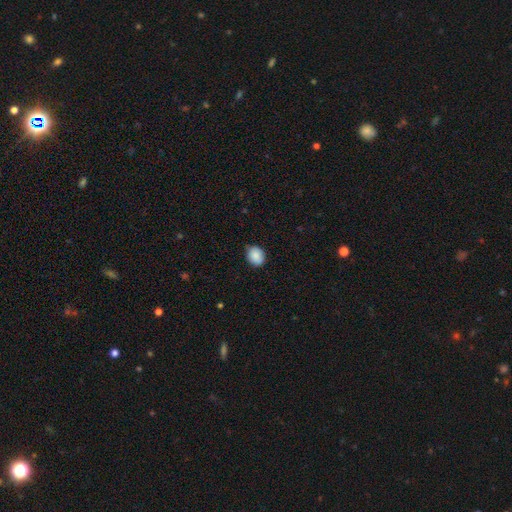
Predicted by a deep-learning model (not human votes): Overall: smooth (88%). How rounded: in between (51%; round 48%). Merging: none (81%).